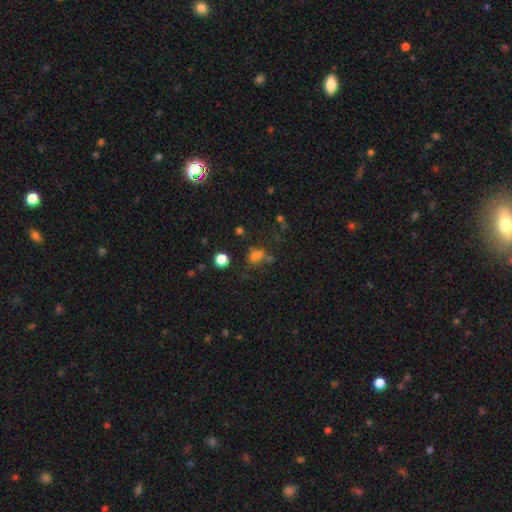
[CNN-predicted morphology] smooth_or_featured: smooth (p=0.63) [alt: star or artifact p=0.24]
how_rounded: in between (p=0.56) [alt: round p=0.40]
merging: none (p=0.40) [alt: merger p=0.29]